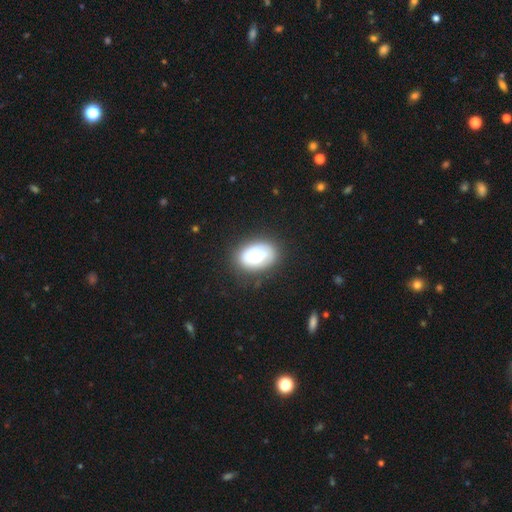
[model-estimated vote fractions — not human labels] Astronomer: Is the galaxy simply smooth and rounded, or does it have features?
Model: smooth — 71%.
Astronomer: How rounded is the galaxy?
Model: in between — 87%.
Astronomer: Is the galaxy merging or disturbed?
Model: none — 70%.